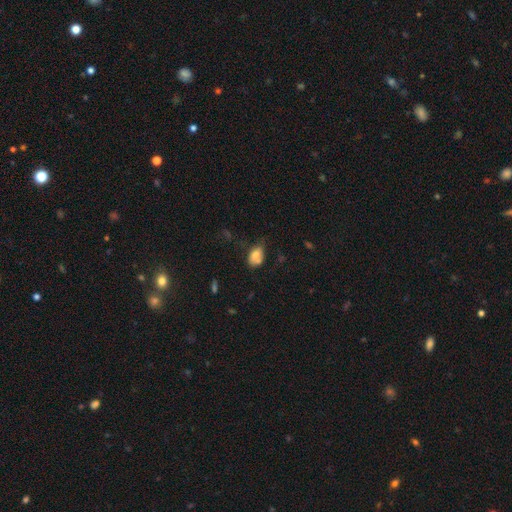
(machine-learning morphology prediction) type=smooth (70%); roundness=in between (81%); merging=none (36%).